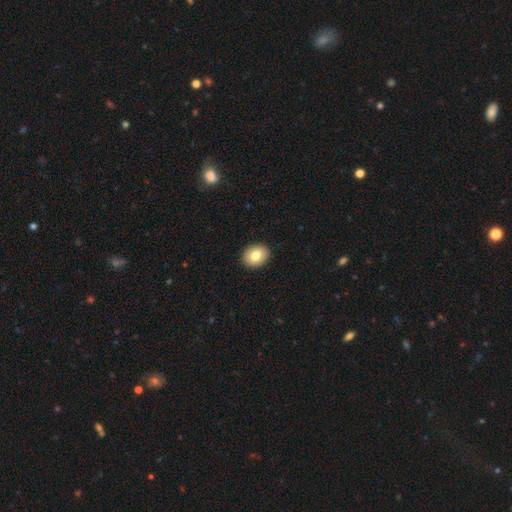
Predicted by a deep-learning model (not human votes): Smooth or featured? smooth (79%)
How rounded? in between (51%)
Merging? none (92%)